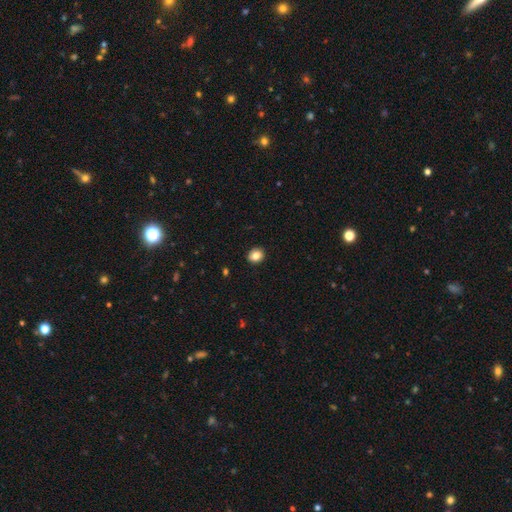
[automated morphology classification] Overall: smooth (84%). How rounded: round (70%). Merging: none (91%).